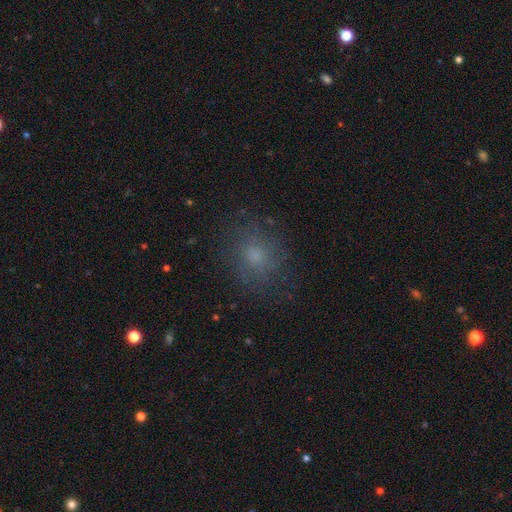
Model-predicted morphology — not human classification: Overall: smooth (67%). How rounded: round (66%; in between 33%). Merging: none (75%).